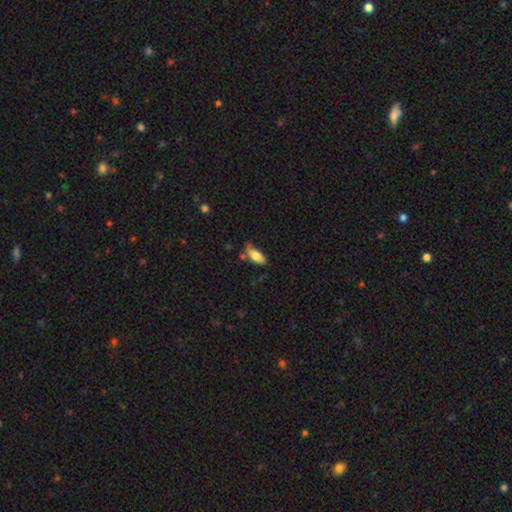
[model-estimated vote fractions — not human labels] Smooth or featured?
  - smooth: 77% *
  - featured or disk: 17%
  - star or artifact: 7%
How rounded?
  - in between: 81% *
  - cigar-shaped: 17%
  - round: 2%
Merging?
  - none: 54% *
  - minor disturbance: 29%
  - major disturbance: 8%
  - merger: 8%